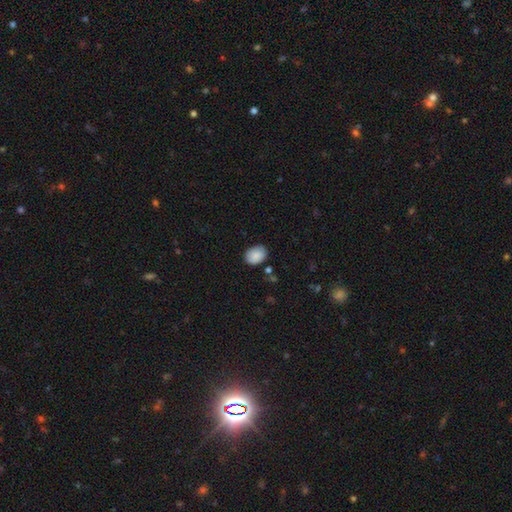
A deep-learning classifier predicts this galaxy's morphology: Smooth or featured?
  - smooth: 88% *
  - star or artifact: 7%
  - featured or disk: 5%
How rounded?
  - in between: 75% *
  - round: 24%
  - cigar-shaped: 1%
Merging?
  - none: 81% *
  - minor disturbance: 14%
  - major disturbance: 3%
  - merger: 2%